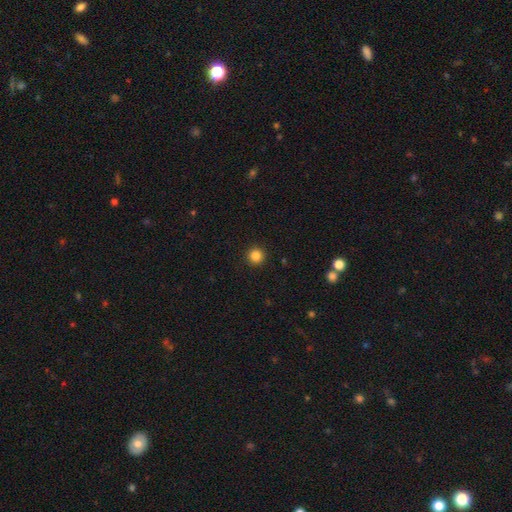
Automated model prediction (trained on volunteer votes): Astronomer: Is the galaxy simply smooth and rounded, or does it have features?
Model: smooth — 84%.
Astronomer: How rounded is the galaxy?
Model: round — 96%.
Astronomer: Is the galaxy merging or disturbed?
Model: none — 93%.